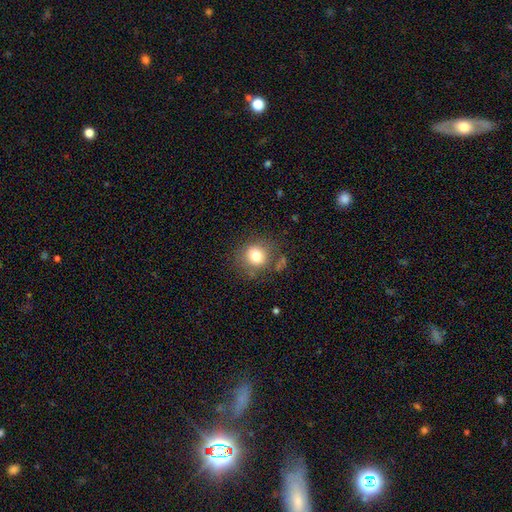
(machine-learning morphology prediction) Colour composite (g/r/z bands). It shows a smooth galaxy with no disk features (78%) that is round (82%). Merging: none (75%).